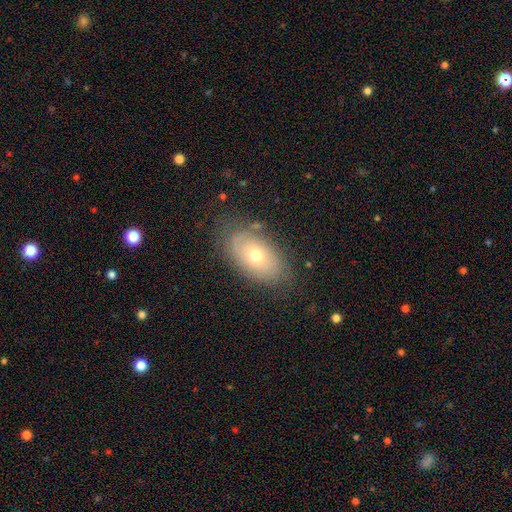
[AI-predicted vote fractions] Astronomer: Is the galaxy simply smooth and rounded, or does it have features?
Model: smooth — 50% (runner-up: featured or disk, 41%).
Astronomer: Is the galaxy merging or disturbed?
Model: none — 76%.